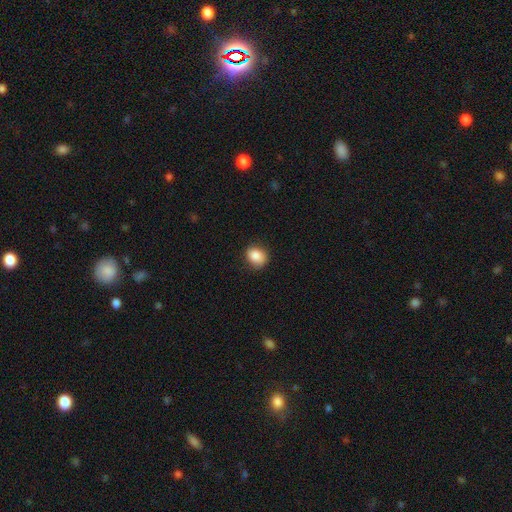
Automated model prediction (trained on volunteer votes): smooth-or-featured: smooth: 86% | star or artifact: 9% | featured or disk: 5%
  how-rounded: round: 58% | in between: 41% | cigar-shaped: 1%
  merging: none: 82% | minor disturbance: 14% | major disturbance: 3% | merger: 1%